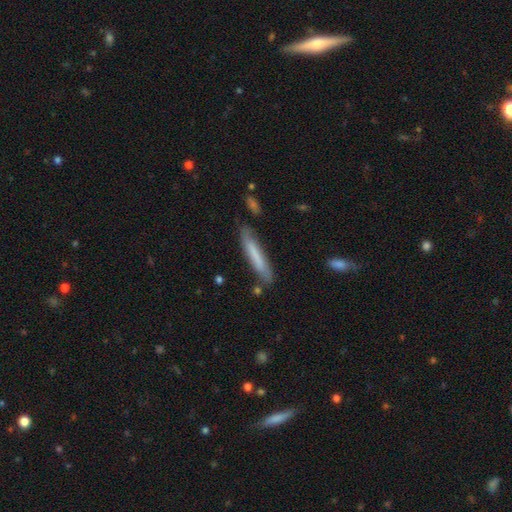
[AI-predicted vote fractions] Smooth or featured? smooth (66%)
How rounded? cigar-shaped (92%)
Merging? none (74%)